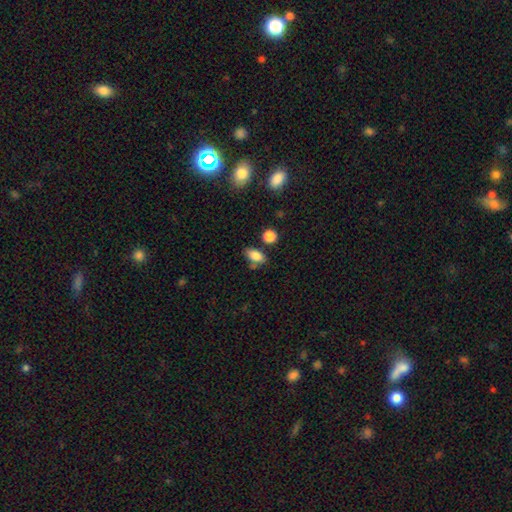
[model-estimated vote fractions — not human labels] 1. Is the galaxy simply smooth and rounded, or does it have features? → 82% smooth, 9% star or artifact, 8% featured or disk.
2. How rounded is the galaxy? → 86% in between, 10% round, 4% cigar-shaped.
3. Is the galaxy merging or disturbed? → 66% none, 19% minor disturbance, 10% merger, 5% major disturbance.